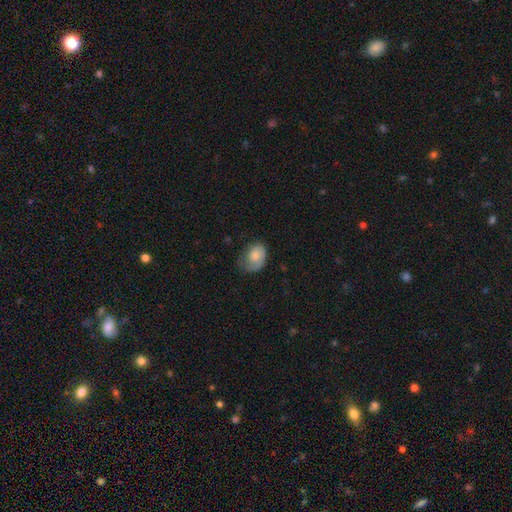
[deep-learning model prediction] The model was most divided on "merging": none: 43%, minor disturbance: 32%, major disturbance: 23%, merger: 2%. More confident: how rounded — in between (67%); smooth or featured — smooth (64%).